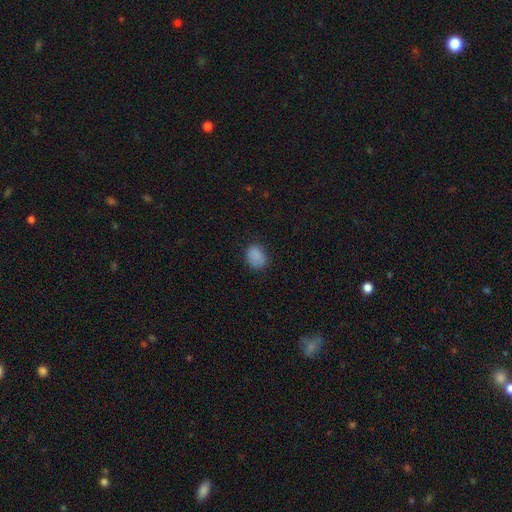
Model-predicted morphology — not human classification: smooth-or-featured: smooth: 85% | star or artifact: 10% | featured or disk: 4%
  how-rounded: in between: 62% | round: 37% | cigar-shaped: 1%
  merging: none: 77% | minor disturbance: 18% | major disturbance: 4% | merger: 1%